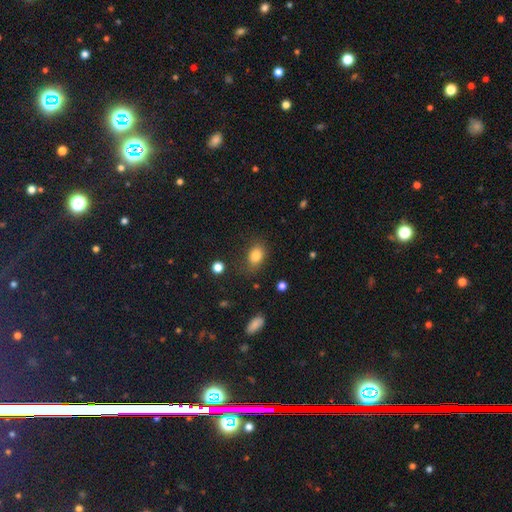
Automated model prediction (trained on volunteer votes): smooth-or-featured: smooth: 81% | star or artifact: 11% | featured or disk: 7%
  how-rounded: in between: 65% | round: 33% | cigar-shaped: 1%
  merging: none: 71% | minor disturbance: 20% | major disturbance: 7% | merger: 2%